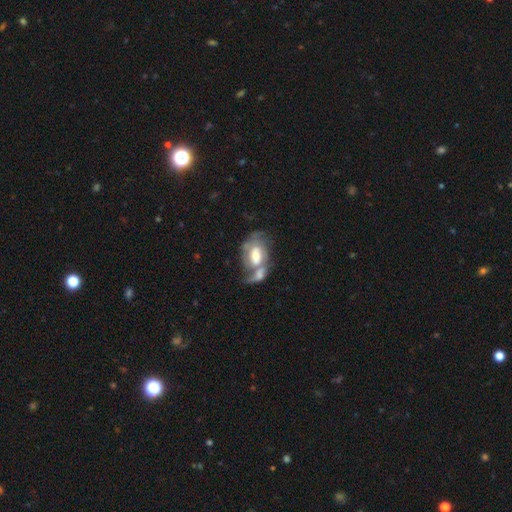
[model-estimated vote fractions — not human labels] This is possibly a featured or disk galaxy (60%). It is clearly not viewed edge-on (95%). Bar: possibly no (56%). Spiral arm pattern: likely yes (61%). Central bulge: possibly moderate (54%). Merging: possibly merger (53%).